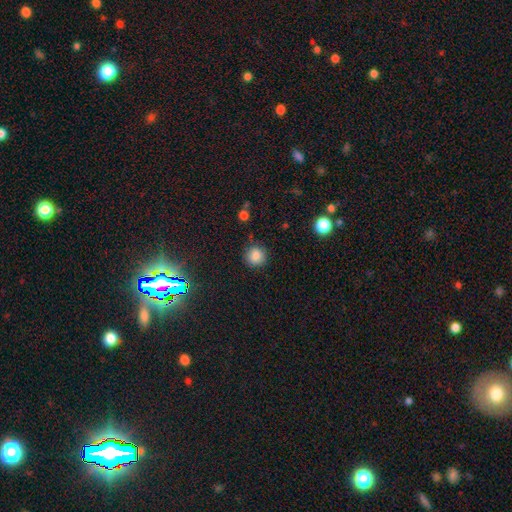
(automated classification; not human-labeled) Smooth or featured? Predicted: smooth (p=0.84). How rounded? Predicted: round (p=0.93). Merging? Predicted: none (p=0.86).